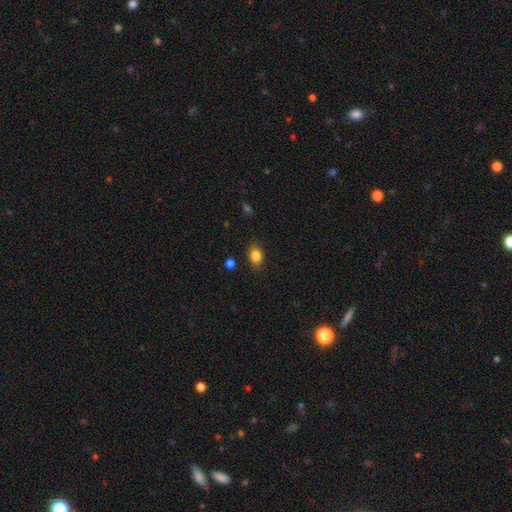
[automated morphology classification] The model was most divided on "how rounded": in between: 73%, round: 25%, cigar-shaped: 1%. More confident: merging — none (84%); smooth or featured — smooth (84%).